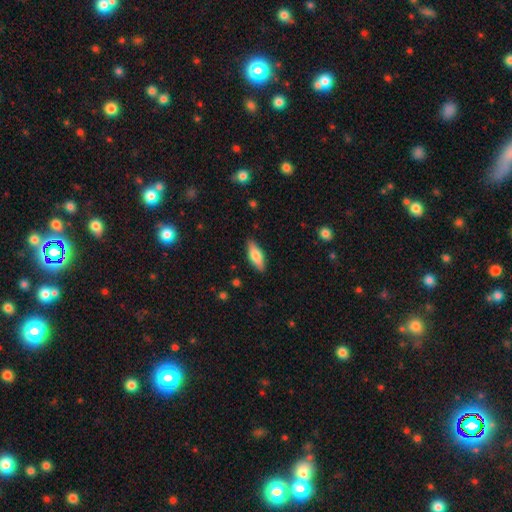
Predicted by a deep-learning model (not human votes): smooth 69%, featured or disk 25%, star or artifact 6%. Down the decision tree: how rounded — in between (65%); merging — none (87%).